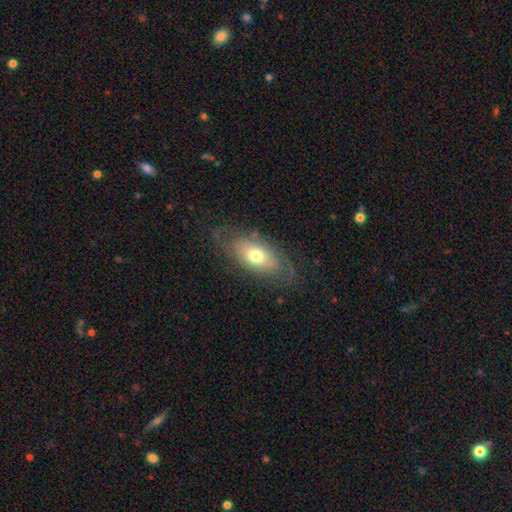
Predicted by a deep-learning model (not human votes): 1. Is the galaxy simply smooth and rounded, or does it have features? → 50% featured or disk, 43% smooth, 7% star or artifact.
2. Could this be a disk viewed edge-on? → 81% no, 19% yes.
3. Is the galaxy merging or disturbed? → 69% none, 19% minor disturbance, 11% major disturbance, 1% merger.